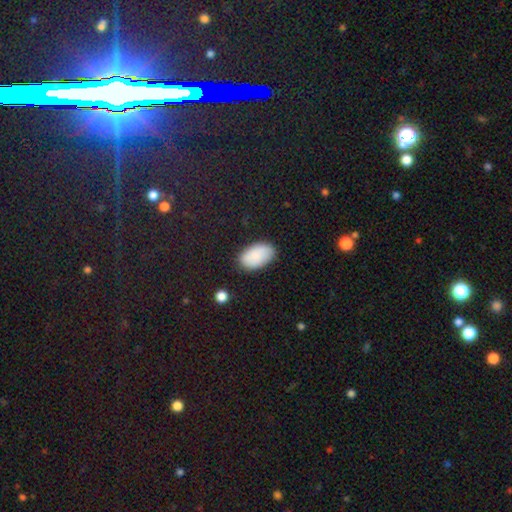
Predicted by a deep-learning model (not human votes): Q: Smooth or featured?
A: smooth (88%); runner-up: star or artifact (7%)
Q: How rounded?
A: in between (94%); runner-up: round (5%)
Q: Merging?
A: none (82%); runner-up: minor disturbance (13%)